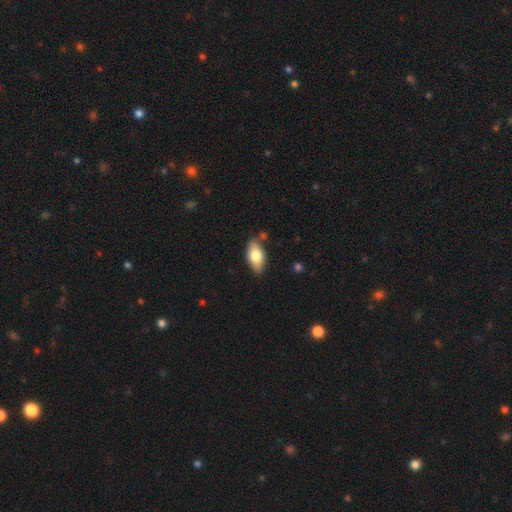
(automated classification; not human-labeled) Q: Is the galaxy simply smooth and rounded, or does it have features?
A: smooth — 75%.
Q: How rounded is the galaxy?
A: in between — 90%.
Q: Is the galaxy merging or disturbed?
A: none — 81%.